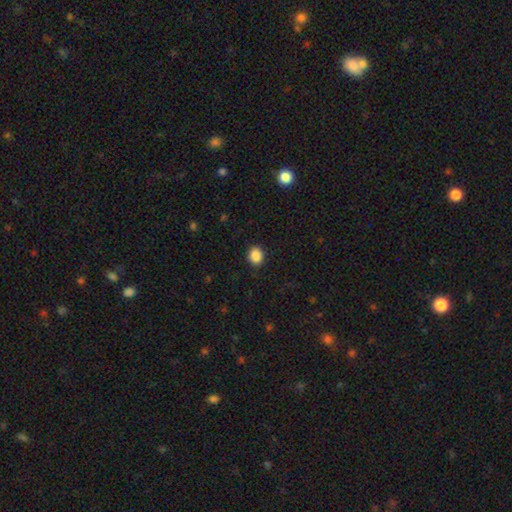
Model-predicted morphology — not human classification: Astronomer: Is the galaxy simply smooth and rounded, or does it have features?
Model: smooth — 88%.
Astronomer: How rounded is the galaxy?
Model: round — 64%.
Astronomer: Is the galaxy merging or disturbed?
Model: none — 91%.